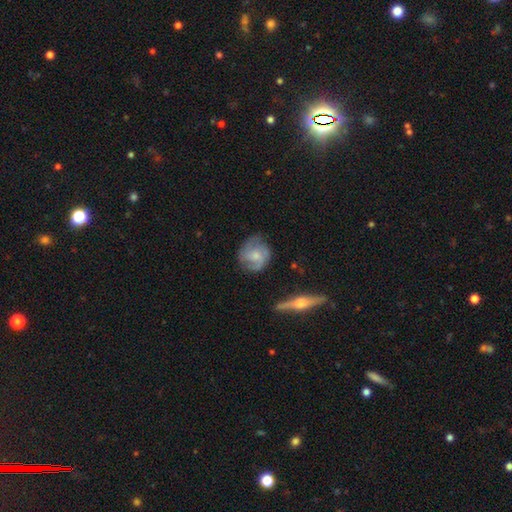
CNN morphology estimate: Q: Smooth or featured?
A: featured or disk (61%); runner-up: smooth (33%)
Q: Edge-on disk?
A: no (96%); runner-up: yes (4%)
Q: Bar?
A: no (69%); runner-up: weak (27%)
Q: Spiral arms?
A: yes (86%); runner-up: no (14%)
Q: Spiral winding?
A: medium (44%); runner-up: tight (39%)
Q: Spiral arm count?
A: 2 (34%); runner-up: 3 (30%)
Q: Bulge size?
A: small (51%); runner-up: moderate (38%)
Q: Merging?
A: none (69%); runner-up: minor disturbance (21%)